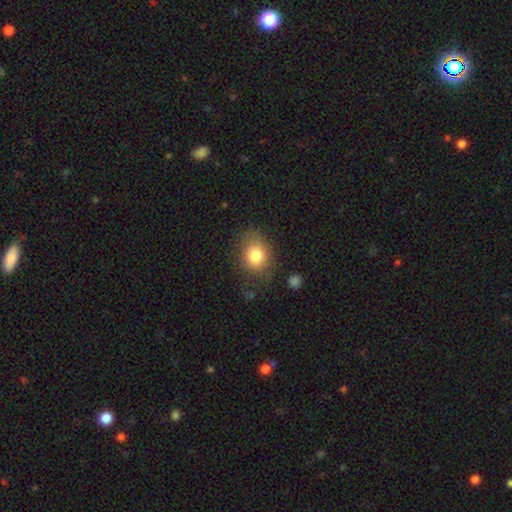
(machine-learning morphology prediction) This is clearly a smooth galaxy (80%). How rounded: possibly in between (52%). Merging: likely none (71%).